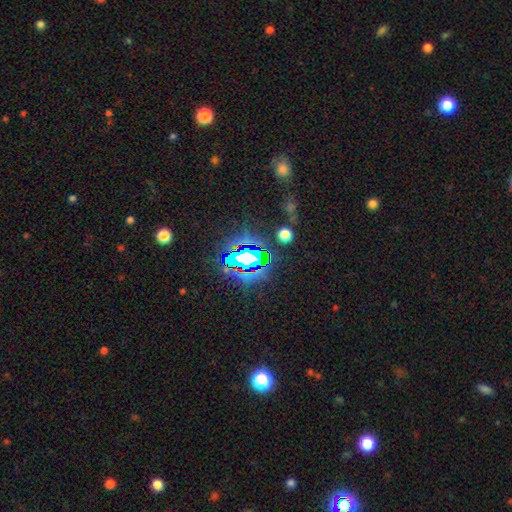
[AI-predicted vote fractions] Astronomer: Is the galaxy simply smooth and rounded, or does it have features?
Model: star or artifact — 73%.